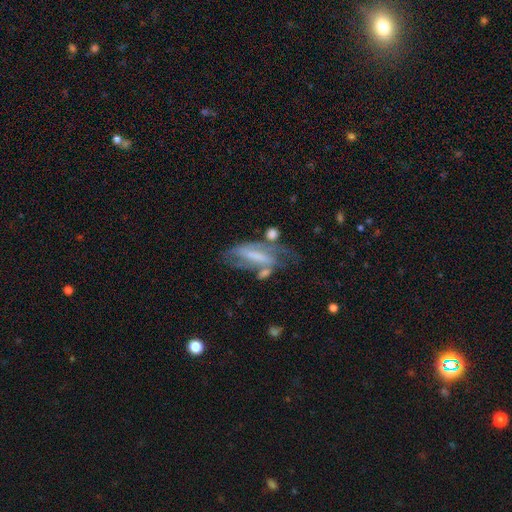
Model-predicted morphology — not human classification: Smooth or featured?
  - featured or disk: 66% *
  - smooth: 24%
  - star or artifact: 10%
Edge-on disk?
  - no: 82% *
  - yes: 18%
Bar?
  - strong: 54% *
  - weak: 26%
  - no: 20%
Spiral arms?
  - yes: 69% *
  - no: 31%
Bulge size?
  - none: 40% *
  - small: 33%
  - moderate: 19%
  - large: 5%
  - dominant: 2%
Merging?
  - none: 38% *
  - major disturbance: 24%
  - minor disturbance: 23%
  - merger: 15%